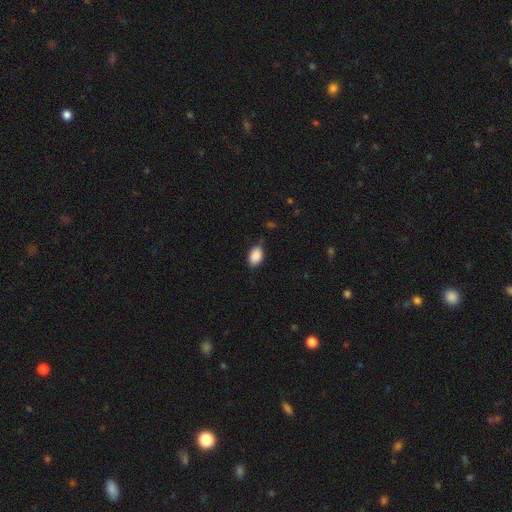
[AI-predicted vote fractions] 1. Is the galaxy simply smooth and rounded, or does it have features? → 89% smooth, 8% star or artifact, 4% featured or disk.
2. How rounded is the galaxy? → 85% in between, 14% round, 1% cigar-shaped.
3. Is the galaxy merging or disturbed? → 71% none, 23% minor disturbance, 4% major disturbance, 2% merger.